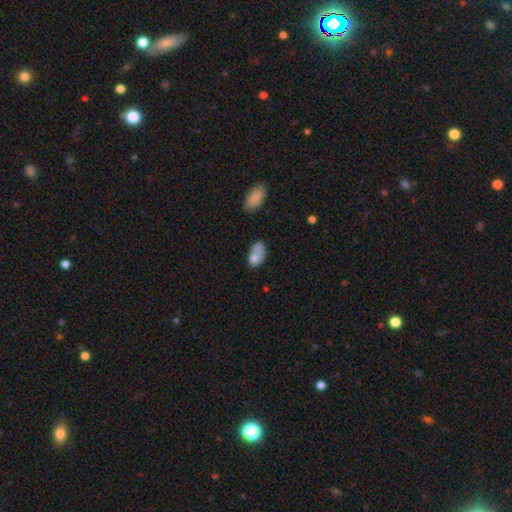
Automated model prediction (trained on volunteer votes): Smooth or featured: smooth — 75% (featured or disk — 16%)
How rounded: in between — 88% (round — 10%)
Merging: none — 33% (minor disturbance — 27%)